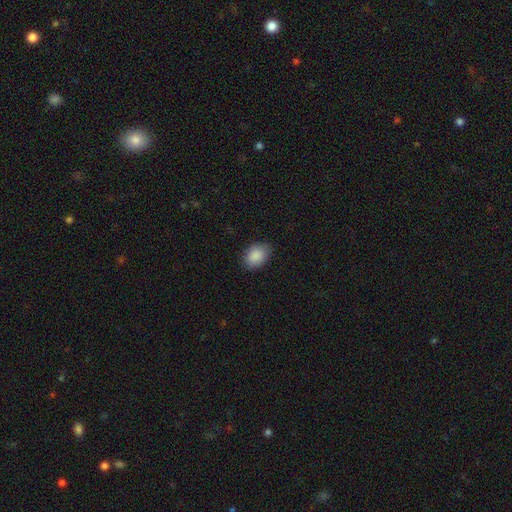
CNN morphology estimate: Smooth or featured: smooth — 89% (star or artifact — 7%)
How rounded: in between — 82% (round — 17%)
Merging: none — 81% (minor disturbance — 15%)